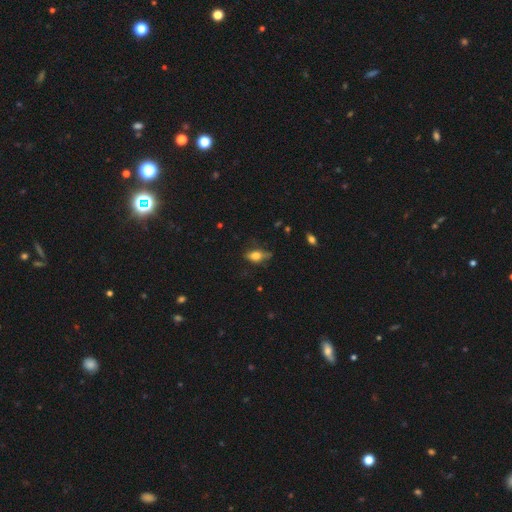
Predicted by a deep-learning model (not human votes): Overall: smooth (65%). How rounded: in between (80%). Merging: none (55%; minor disturbance 31%).